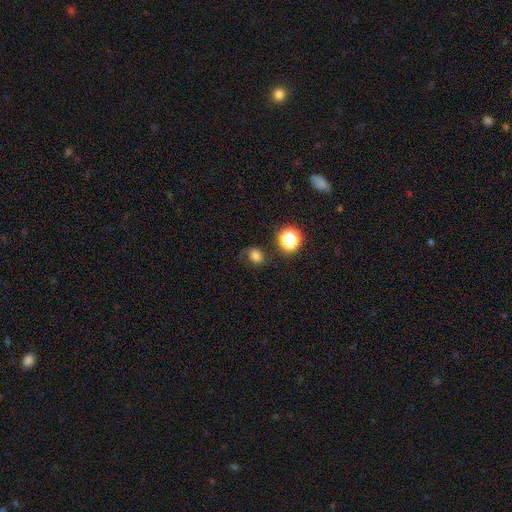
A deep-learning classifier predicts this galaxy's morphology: smooth_or_featured: smooth (p=0.73) [alt: star or artifact p=0.17]
how_rounded: round (p=0.55) [alt: in between p=0.44]
merging: none (p=0.64) [alt: minor disturbance p=0.22]